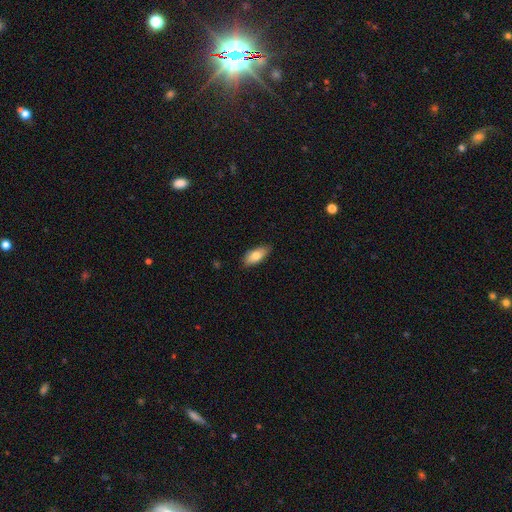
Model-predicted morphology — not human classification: smooth-or-featured: smooth: 75% | featured or disk: 18% | star or artifact: 7%
  how-rounded: in between: 85% | cigar-shaped: 12% | round: 3%
  merging: none: 85% | minor disturbance: 12% | major disturbance: 2% | merger: 1%